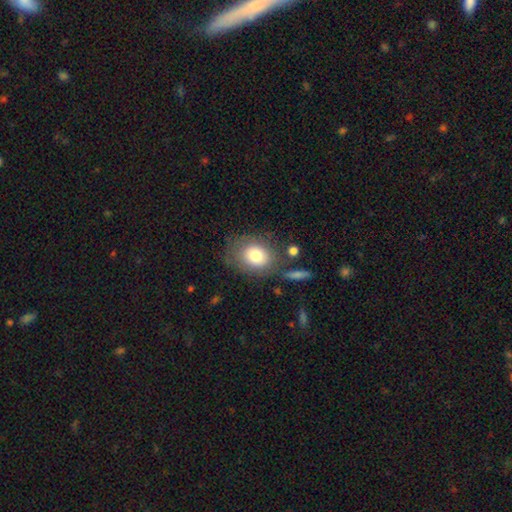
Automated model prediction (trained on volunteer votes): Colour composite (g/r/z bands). It shows a smooth galaxy with no disk features (78%) that is in between round and cigar-shaped (51%). Merging: none (70%).